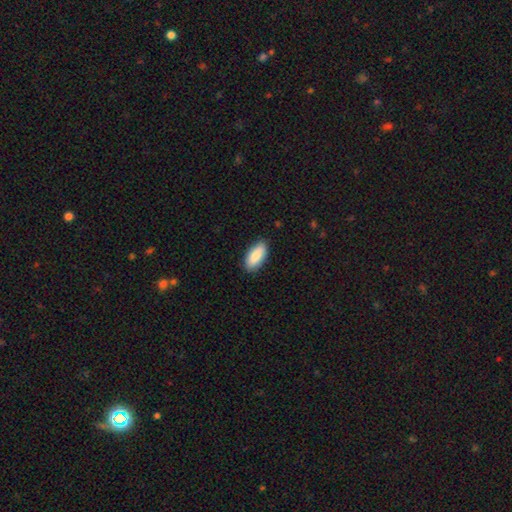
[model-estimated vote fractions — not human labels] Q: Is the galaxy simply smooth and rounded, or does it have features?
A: smooth — 88%.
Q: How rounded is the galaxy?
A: in between — 88%.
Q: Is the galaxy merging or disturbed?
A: none — 86%.